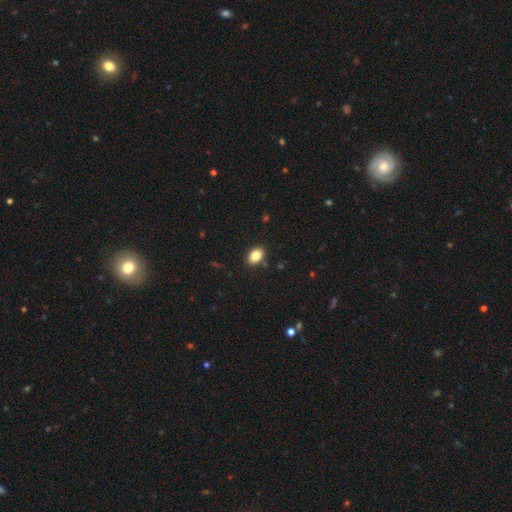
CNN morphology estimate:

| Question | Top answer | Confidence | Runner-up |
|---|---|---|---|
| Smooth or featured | smooth | 84% | star or artifact (9%) |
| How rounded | in between | 81% | round (18%) |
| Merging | none | 88% | minor disturbance (9%) |